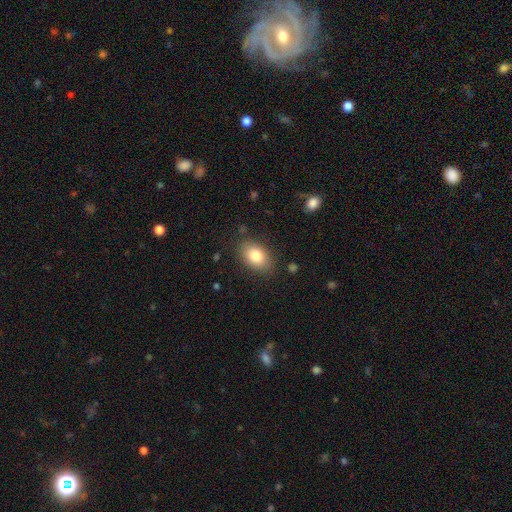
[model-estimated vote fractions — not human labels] A smooth galaxy with no disk features (82%) that is in between round and cigar-shaped (85%). Merging: none (84%).